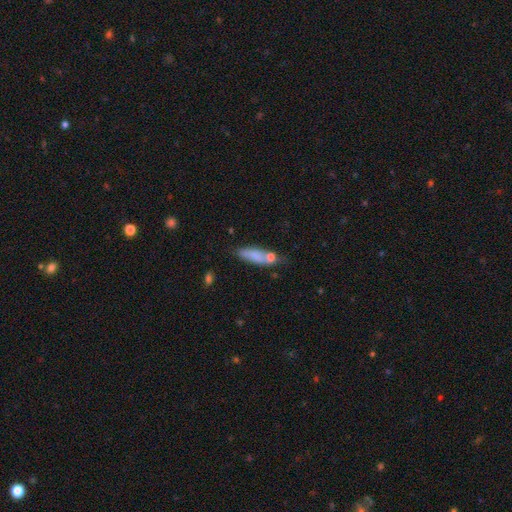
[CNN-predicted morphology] Overall: smooth (73%). How rounded: cigar-shaped (54%; in between 43%). Merging: none (50%; minor disturbance 22%).